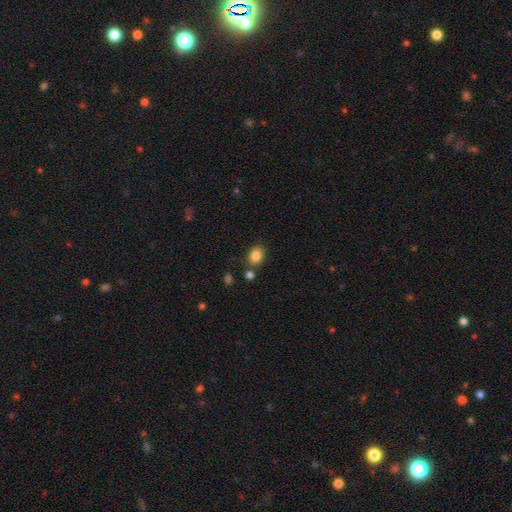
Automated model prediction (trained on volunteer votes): smooth-or-featured: smooth: 85% | star or artifact: 10% | featured or disk: 5%
  how-rounded: in between: 59% | round: 40% | cigar-shaped: 1%
  merging: none: 76% | minor disturbance: 13% | merger: 7% | major disturbance: 4%